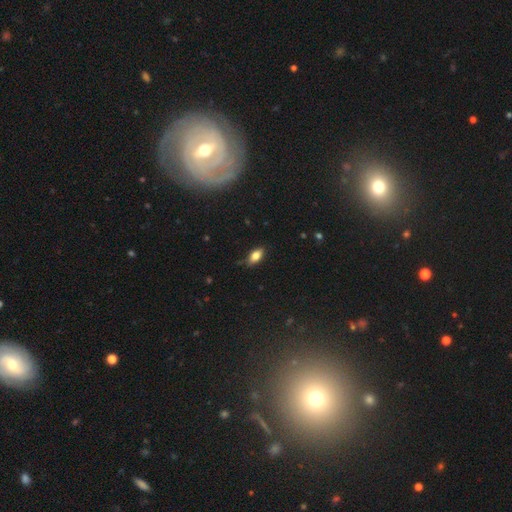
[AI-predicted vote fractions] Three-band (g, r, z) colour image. It shows a smooth galaxy with no disk features (78%) that is in between round and cigar-shaped (87%). Merging: none (80%).